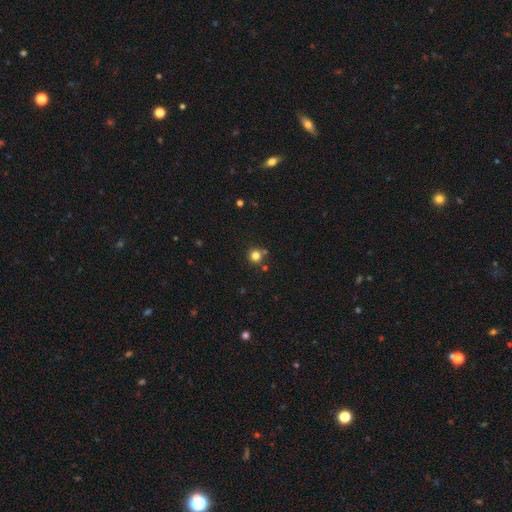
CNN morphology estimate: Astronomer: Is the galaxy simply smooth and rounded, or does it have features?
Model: smooth — 79%.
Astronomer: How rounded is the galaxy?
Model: round — 94%.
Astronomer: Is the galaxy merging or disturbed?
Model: none — 78%.